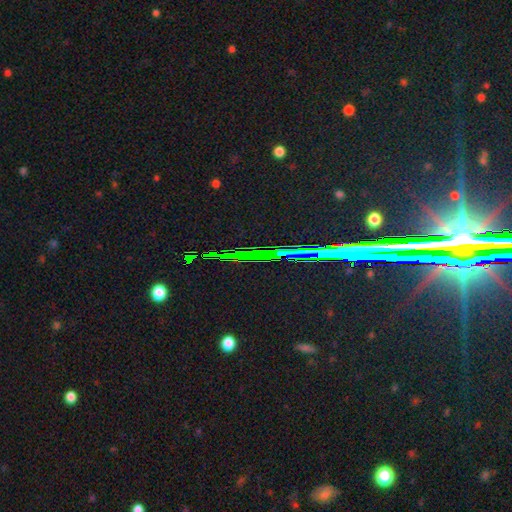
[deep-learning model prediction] A star or artifact, not a galaxy (74%).